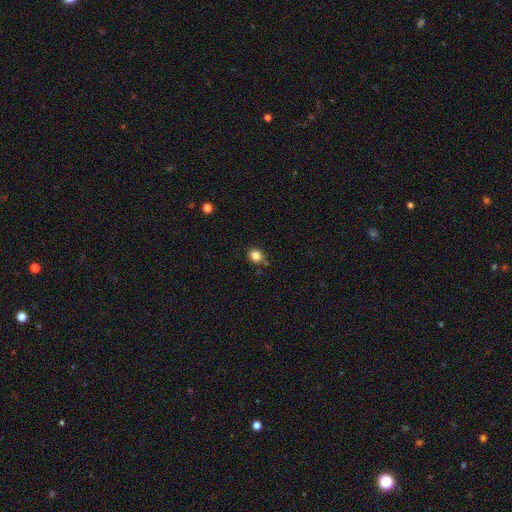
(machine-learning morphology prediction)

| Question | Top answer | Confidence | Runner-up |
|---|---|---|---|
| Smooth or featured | smooth | 84% | star or artifact (11%) |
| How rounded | round | 76% | in between (23%) |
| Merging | none | 78% | minor disturbance (15%) |